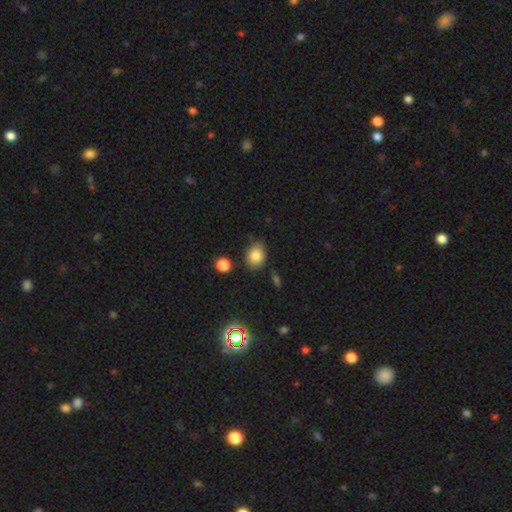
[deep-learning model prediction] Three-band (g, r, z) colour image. It shows a smooth galaxy with no disk features (84%) that is in between round and cigar-shaped (62%). Merging: none (76%).